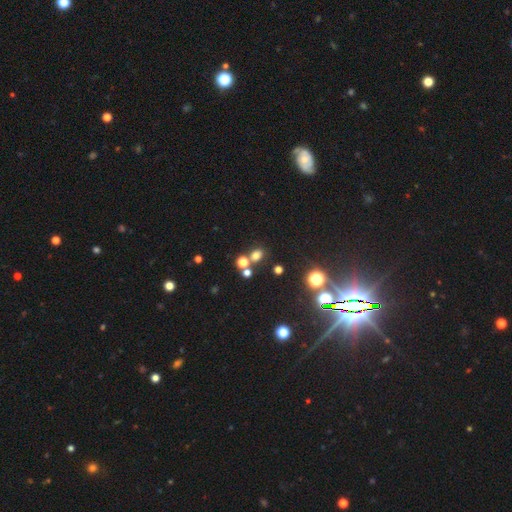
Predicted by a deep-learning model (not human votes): This is likely a smooth galaxy (67%). How rounded: likely round (61%). Merging: likely none (66%).